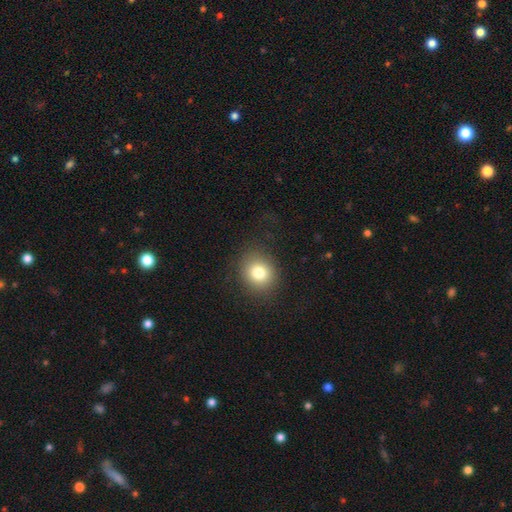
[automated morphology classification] Smooth or featured? Predicted: smooth (p=0.75). How rounded? Predicted: round (p=0.83). Merging? Predicted: none (p=0.85).